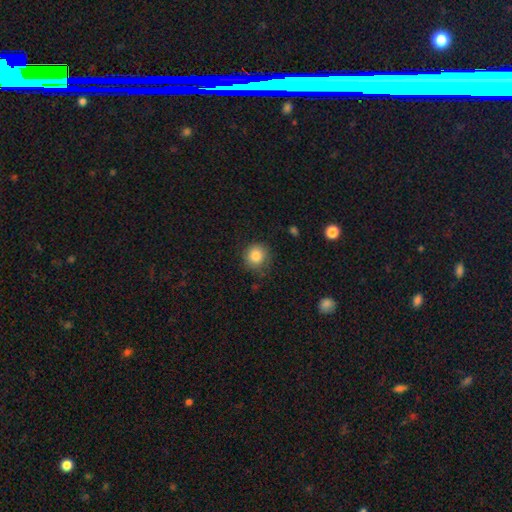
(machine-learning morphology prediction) smooth-or-featured: smooth: 84% | star or artifact: 9% | featured or disk: 6%
  how-rounded: round: 89% | in between: 10% | cigar-shaped: 1%
  merging: none: 79% | minor disturbance: 15% | major disturbance: 4% | merger: 1%